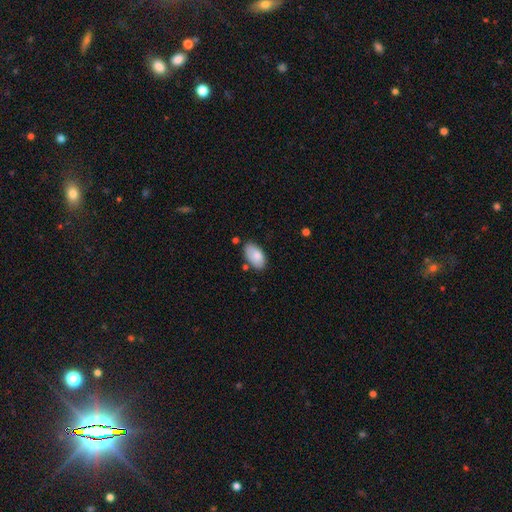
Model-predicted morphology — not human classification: Smooth or featured? Predicted: smooth (p=0.85). How rounded? Predicted: in between (p=0.95). Merging? Predicted: none (p=0.74).